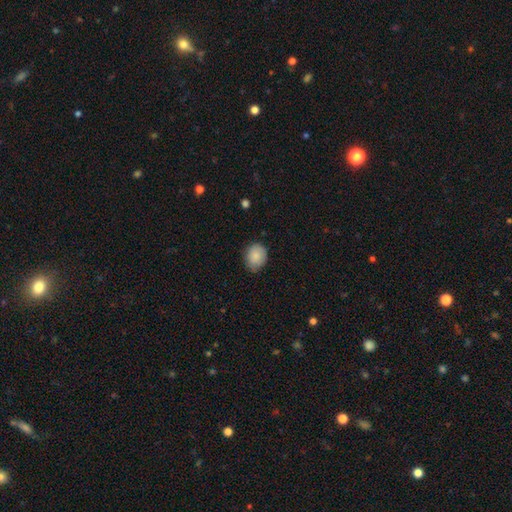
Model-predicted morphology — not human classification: smooth 87%, star or artifact 7%, featured or disk 6%. Down the decision tree: how rounded — round (55%); merging — none (78%).